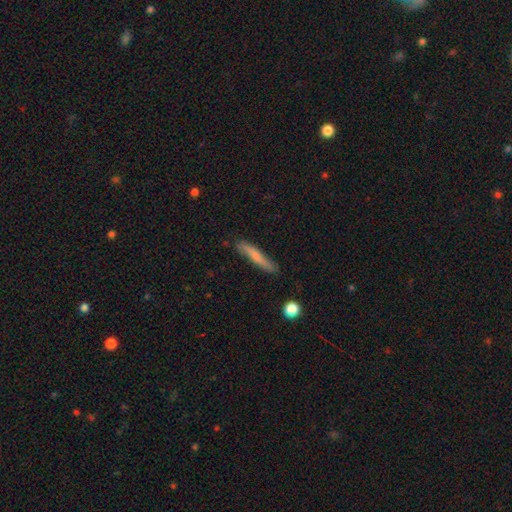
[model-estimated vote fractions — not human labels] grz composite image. It shows a smooth galaxy with no disk features (64%) that is cigar-shaped (92%). Merging: none (77%).